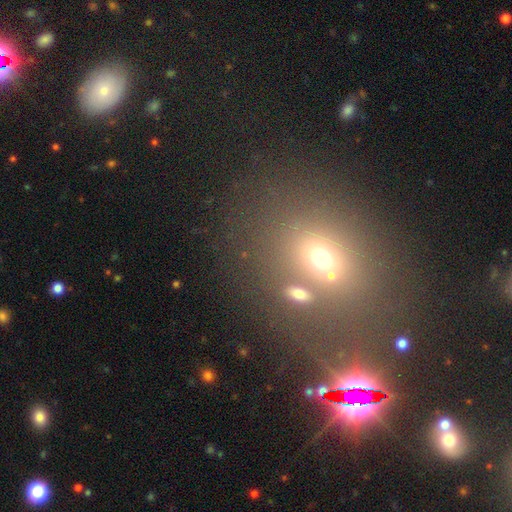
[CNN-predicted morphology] smooth-or-featured: smooth: 50% | star or artifact: 34% | featured or disk: 16%
  merging: none: 61% | merger: 21% | minor disturbance: 11% | major disturbance: 7%